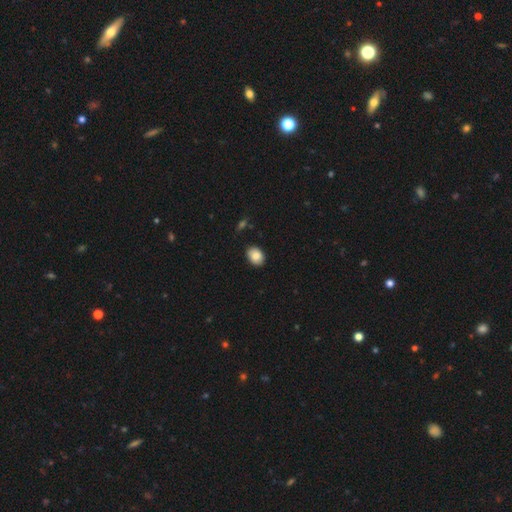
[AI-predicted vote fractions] A smooth galaxy with no disk features (85%) that is in between round and cigar-shaped (71%).

Vote fractions:
- Smooth or featured? smooth: 85% / star or artifact: 7% / featured or disk: 7%
- How rounded? in between: 71% / round: 28% / cigar-shaped: 1%
- Merging? none: 86% / minor disturbance: 11% / major disturbance: 2% / merger: 1%